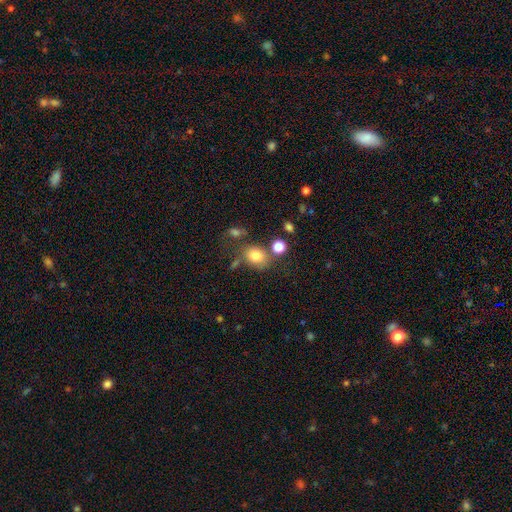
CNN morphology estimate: A smooth galaxy with no disk features (79%) that is round (53%).

Vote fractions:
- Smooth or featured? smooth: 79% / star or artifact: 11% / featured or disk: 9%
- How rounded? round: 53% / in between: 46% / cigar-shaped: 1%
- Merging? none: 64% / minor disturbance: 16% / merger: 14% / major disturbance: 7%